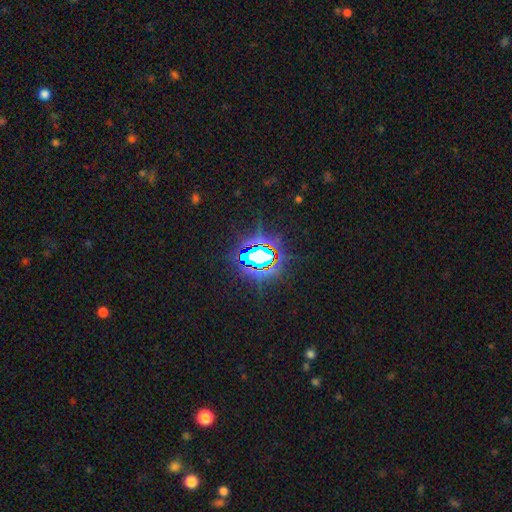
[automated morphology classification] Smooth or featured? star or artifact (78%)